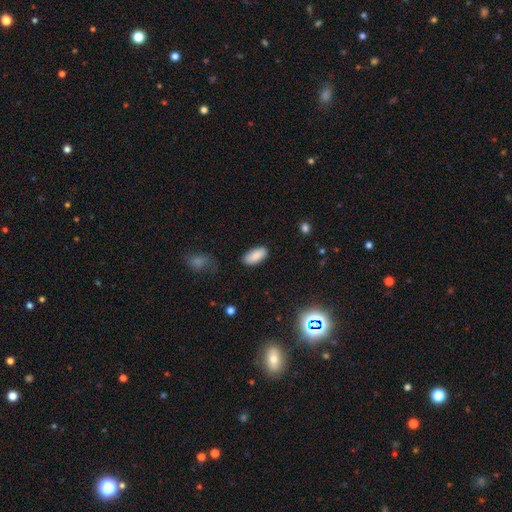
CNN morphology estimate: Overall: smooth (87%). How rounded: in between (90%). Merging: none (85%).